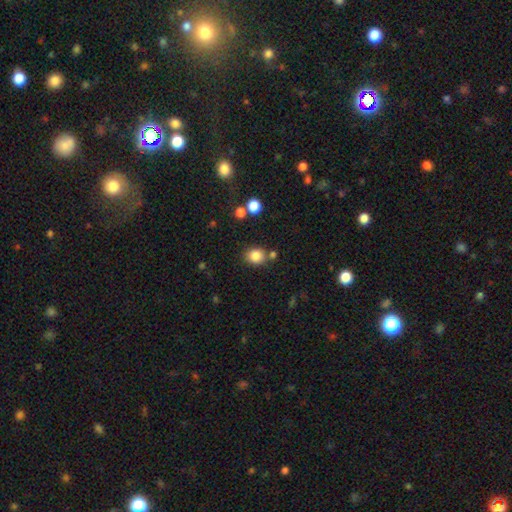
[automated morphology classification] A smooth galaxy with no disk features (84%) that is round (68%).

Vote fractions:
- Smooth or featured? smooth: 84% / star or artifact: 11% / featured or disk: 5%
- How rounded? round: 68% / in between: 31% / cigar-shaped: 1%
- Merging? none: 75% / minor disturbance: 11% / merger: 10% / major disturbance: 4%